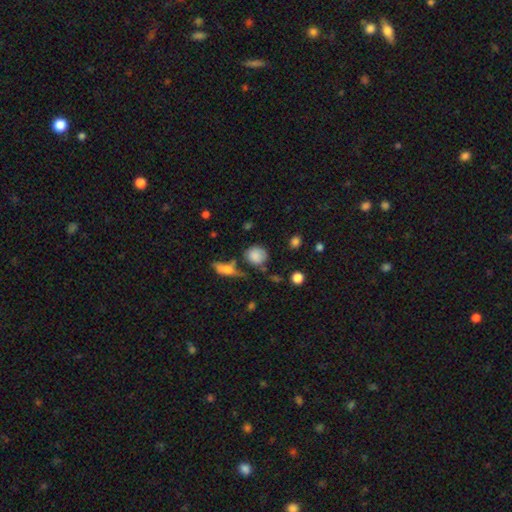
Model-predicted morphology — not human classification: Smooth or featured?
  - smooth: 82% *
  - star or artifact: 10%
  - featured or disk: 9%
How rounded?
  - round: 77% *
  - in between: 21%
  - cigar-shaped: 2%
Merging?
  - none: 66% *
  - minor disturbance: 19%
  - merger: 9%
  - major disturbance: 6%